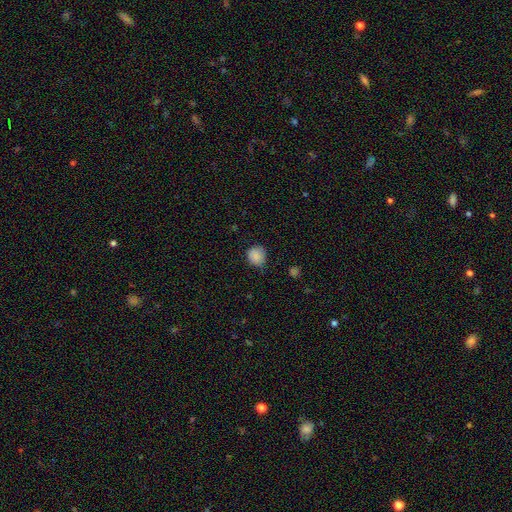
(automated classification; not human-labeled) smooth-or-featured: smooth: 86% | star or artifact: 9% | featured or disk: 4%
  how-rounded: round: 82% | in between: 17% | cigar-shaped: 1%
  merging: none: 69% | minor disturbance: 26% | major disturbance: 4% | merger: 1%